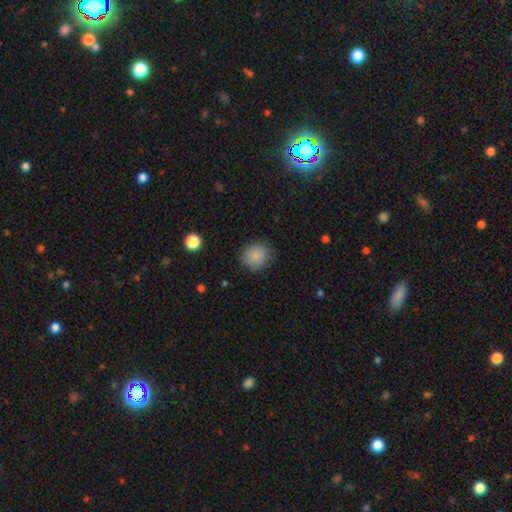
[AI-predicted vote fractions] Smooth or featured? smooth (85%)
How rounded? round (80%)
Merging? none (81%)